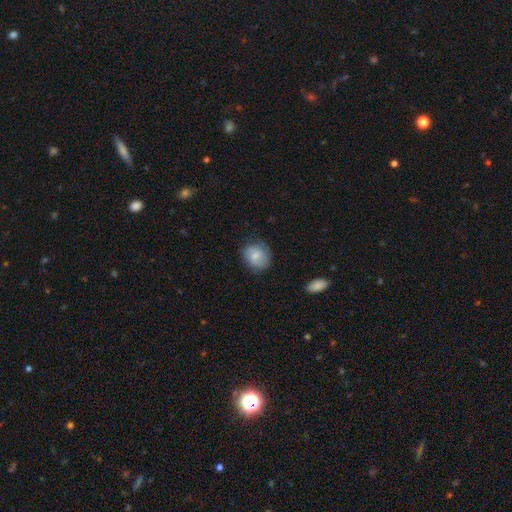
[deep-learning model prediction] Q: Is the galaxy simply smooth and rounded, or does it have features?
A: smooth — 79%.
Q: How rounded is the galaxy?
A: round — 62%.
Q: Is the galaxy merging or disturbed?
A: none — 74%.